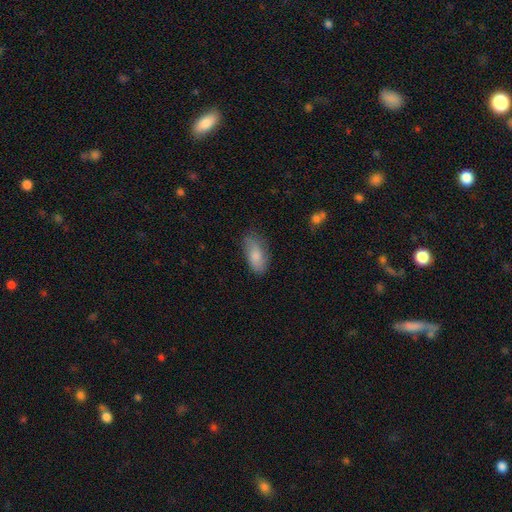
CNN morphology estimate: smooth 79%, featured or disk 15%, star or artifact 6%. Down the decision tree: how rounded — in between (89%); merging — none (70%).